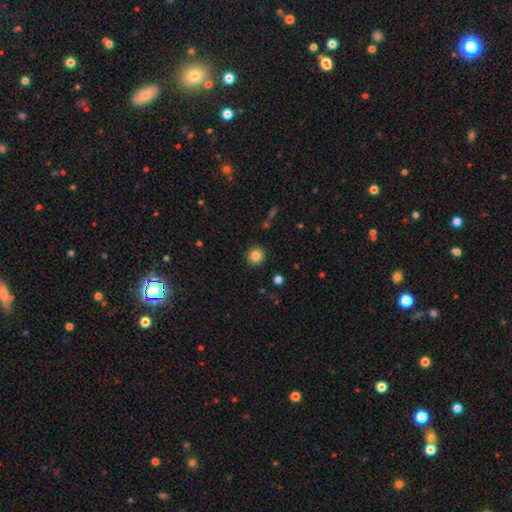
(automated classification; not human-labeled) Morphology: type=smooth (83%); roundness=round (93%); merging=none (91%).